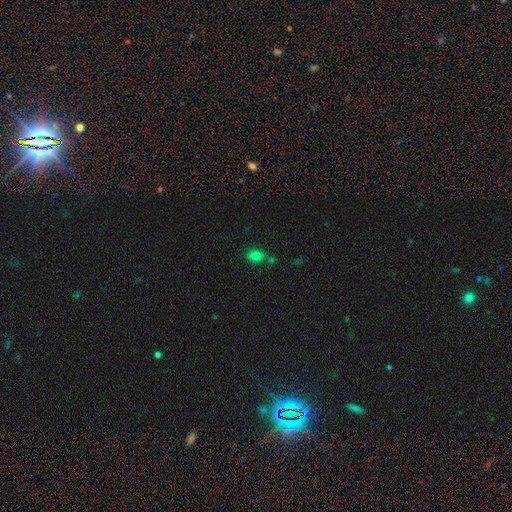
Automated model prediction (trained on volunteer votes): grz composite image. It shows a smooth galaxy with no disk features (77%) that is round (50%). Merging: none (69%).